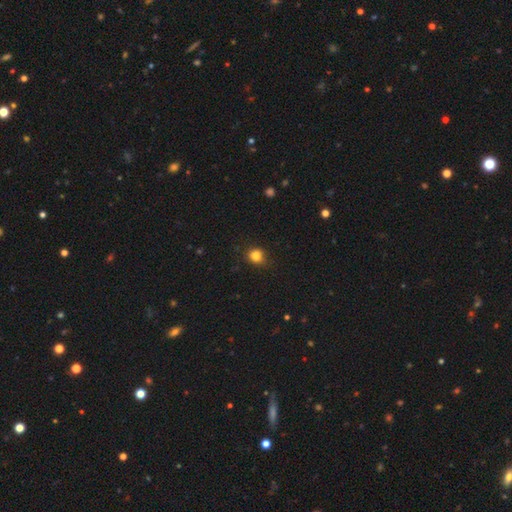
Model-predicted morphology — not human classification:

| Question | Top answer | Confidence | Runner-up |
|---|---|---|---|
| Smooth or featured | smooth | 83% | star or artifact (12%) |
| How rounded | round | 75% | in between (24%) |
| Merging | none | 75% | minor disturbance (19%) |